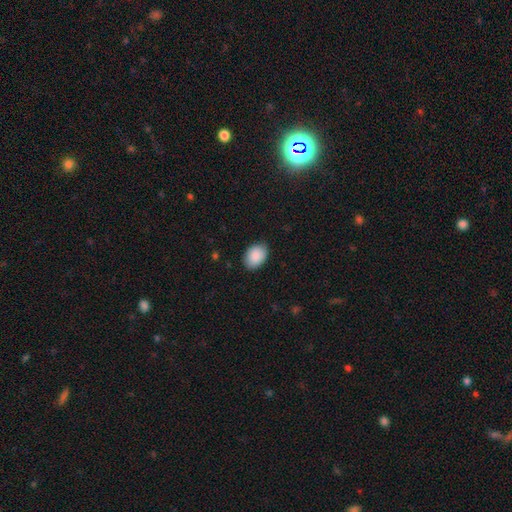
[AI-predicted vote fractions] Smooth or featured: smooth — 89% (star or artifact — 6%)
How rounded: in between — 80% (round — 19%)
Merging: none — 83% (minor disturbance — 13%)